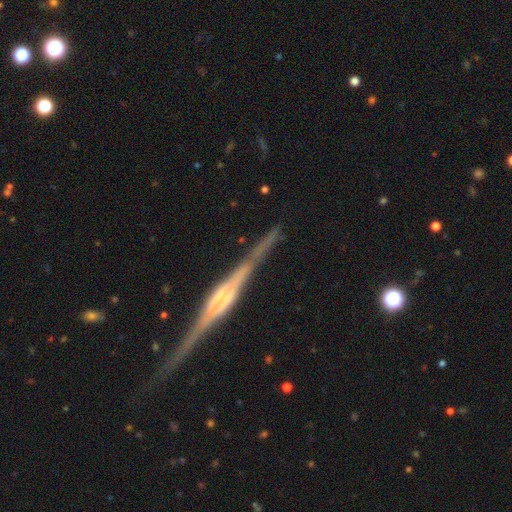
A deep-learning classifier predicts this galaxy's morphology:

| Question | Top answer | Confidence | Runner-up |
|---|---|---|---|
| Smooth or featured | featured or disk | 90% | star or artifact (5%) |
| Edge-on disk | yes | 98% | no (2%) |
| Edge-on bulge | rounded | 53% | boxy (36%) |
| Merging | none | 88% | minor disturbance (8%) |